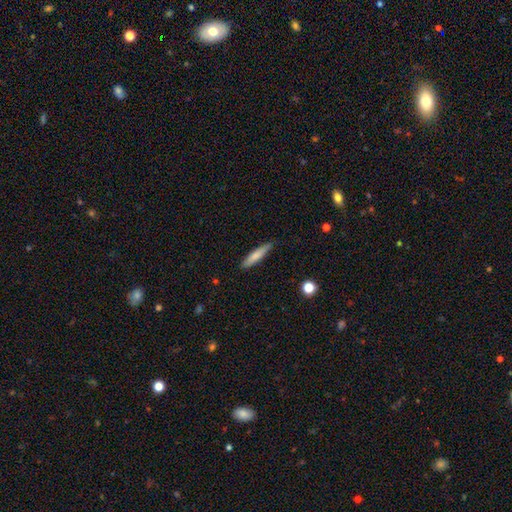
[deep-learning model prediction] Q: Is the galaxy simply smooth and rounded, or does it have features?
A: smooth — 74%.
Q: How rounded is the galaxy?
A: cigar-shaped — 89%.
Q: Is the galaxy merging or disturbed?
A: none — 85%.